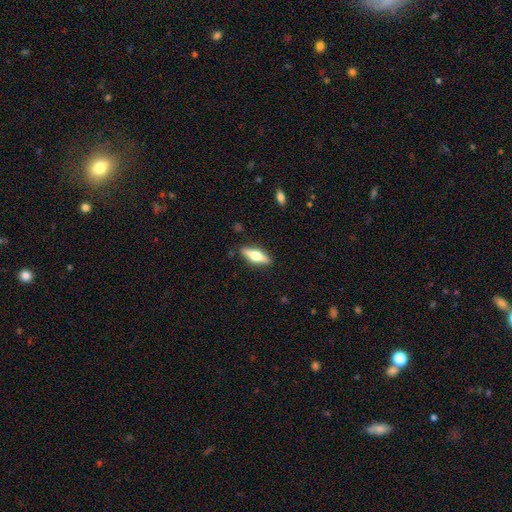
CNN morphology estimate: This appears to be a featured or disk galaxy (51%) viewed edge-on (92%). Merging: none (87%).